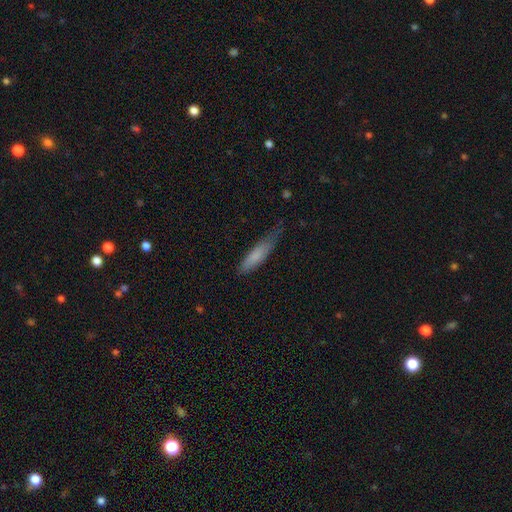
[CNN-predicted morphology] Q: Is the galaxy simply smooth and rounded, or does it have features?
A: smooth — 77%.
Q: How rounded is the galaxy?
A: cigar-shaped — 76%.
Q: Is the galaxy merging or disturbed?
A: none — 47%.